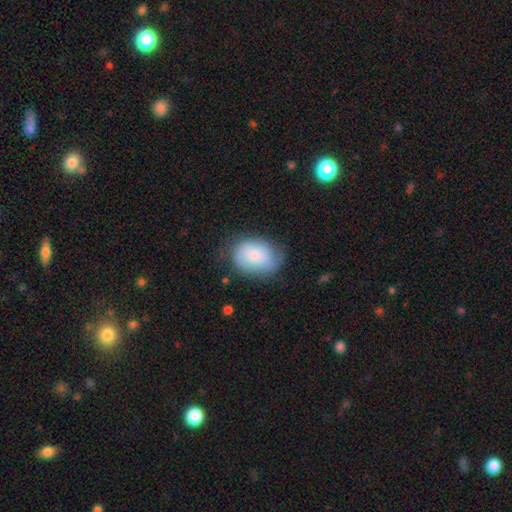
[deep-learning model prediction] Q: Smooth or featured?
A: smooth (74%); runner-up: featured or disk (19%)
Q: How rounded?
A: in between (62%); runner-up: round (37%)
Q: Merging?
A: none (60%); runner-up: minor disturbance (28%)